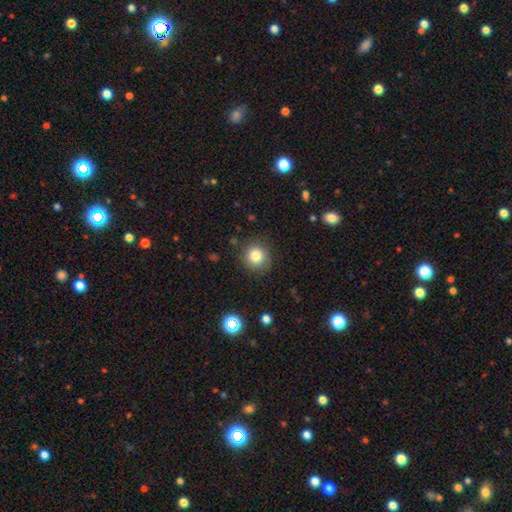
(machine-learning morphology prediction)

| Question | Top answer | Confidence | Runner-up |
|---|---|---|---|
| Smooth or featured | smooth | 81% | star or artifact (12%) |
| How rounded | round | 91% | in between (8%) |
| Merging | none | 85% | minor disturbance (10%) |